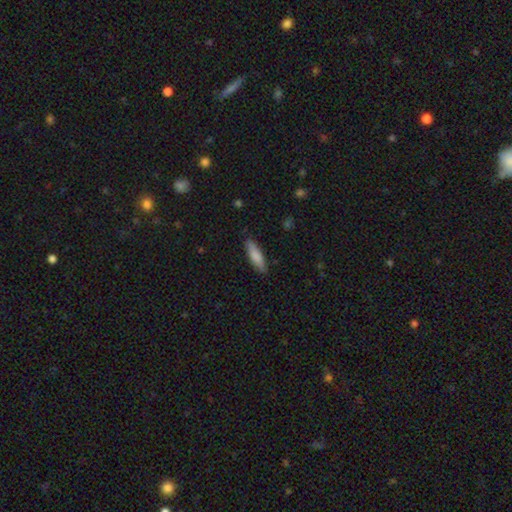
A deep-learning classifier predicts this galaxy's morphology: Smooth or featured: smooth — 82% (featured or disk — 12%)
How rounded: cigar-shaped — 60% (in between — 38%)
Merging: none — 86% (minor disturbance — 11%)